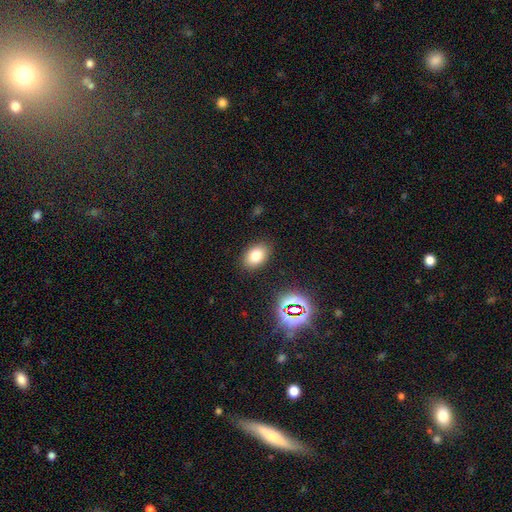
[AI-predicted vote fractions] smooth_or_featured: smooth (p=0.79) [alt: star or artifact p=0.13]
how_rounded: in between (p=0.84) [alt: round p=0.15]
merging: none (p=0.86) [alt: minor disturbance p=0.09]